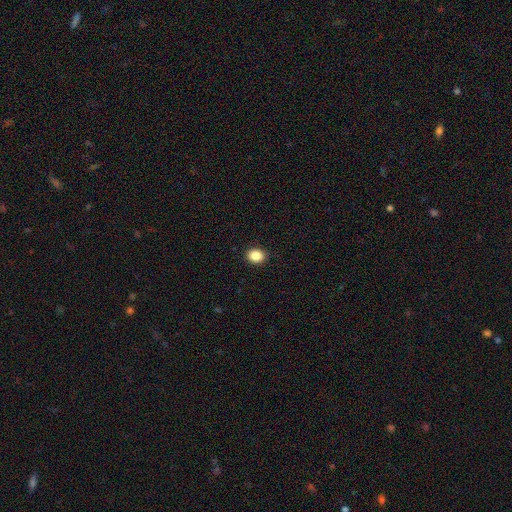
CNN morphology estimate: Q: Smooth or featured?
A: smooth (87%); runner-up: star or artifact (10%)
Q: How rounded?
A: round (57%); runner-up: in between (43%)
Q: Merging?
A: none (91%); runner-up: minor disturbance (6%)